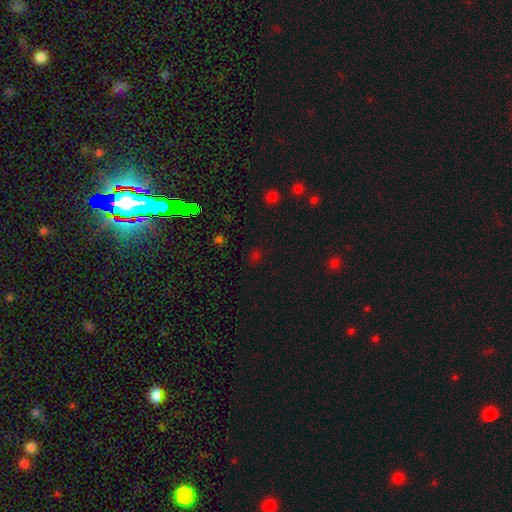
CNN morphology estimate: smooth 50%, star or artifact 44%, featured or disk 6%. Down the decision tree: merging — none (79%).